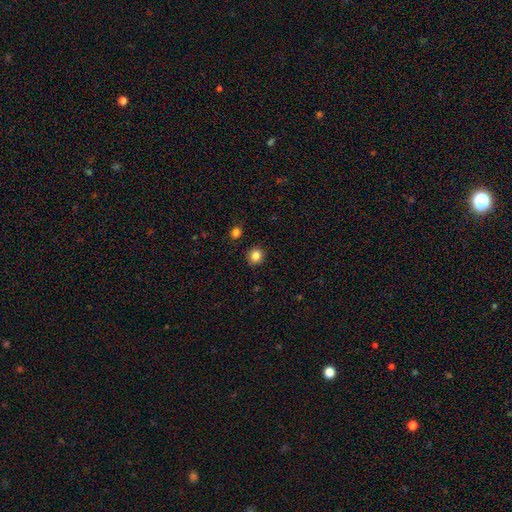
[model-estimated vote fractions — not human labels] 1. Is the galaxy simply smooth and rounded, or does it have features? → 84% smooth, 11% star or artifact, 5% featured or disk.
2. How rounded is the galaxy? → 88% round, 11% in between, 1% cigar-shaped.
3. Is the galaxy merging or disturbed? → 91% none, 6% minor disturbance, 2% major disturbance, 2% merger.